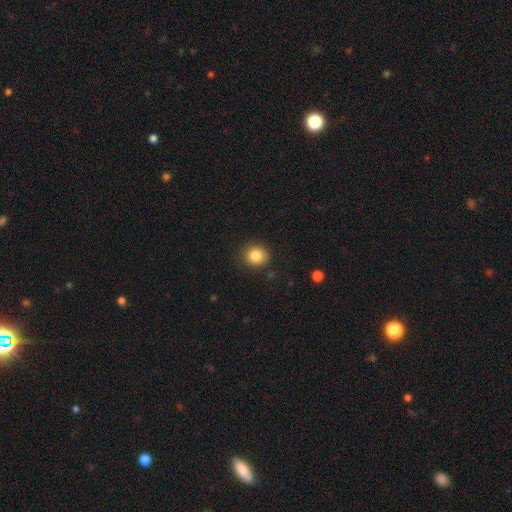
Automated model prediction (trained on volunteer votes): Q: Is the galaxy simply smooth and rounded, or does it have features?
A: smooth — 84%.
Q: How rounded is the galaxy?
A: round — 82%.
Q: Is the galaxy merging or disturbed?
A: none — 87%.